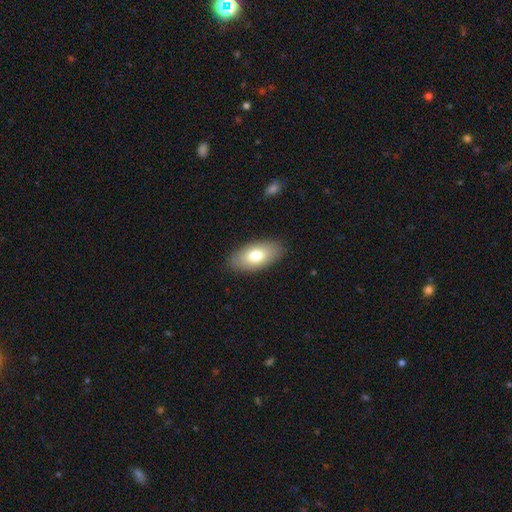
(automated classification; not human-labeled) Smooth or featured? smooth (73%)
How rounded? in between (92%)
Merging? none (86%)